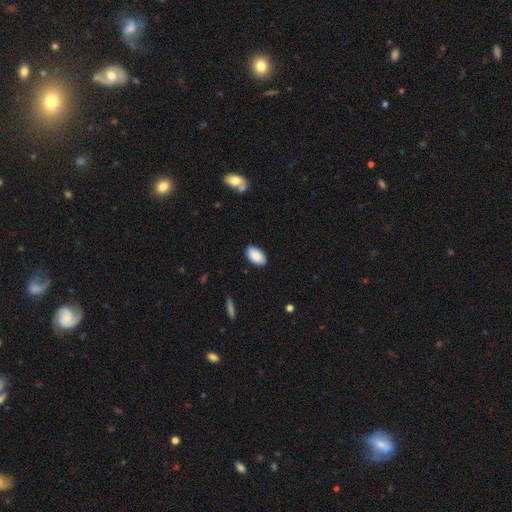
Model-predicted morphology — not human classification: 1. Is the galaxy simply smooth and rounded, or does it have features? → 90% smooth, 6% star or artifact, 4% featured or disk.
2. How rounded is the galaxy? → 95% in between, 4% round, 1% cigar-shaped.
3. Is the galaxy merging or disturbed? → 88% none, 9% minor disturbance, 2% major disturbance, 1% merger.